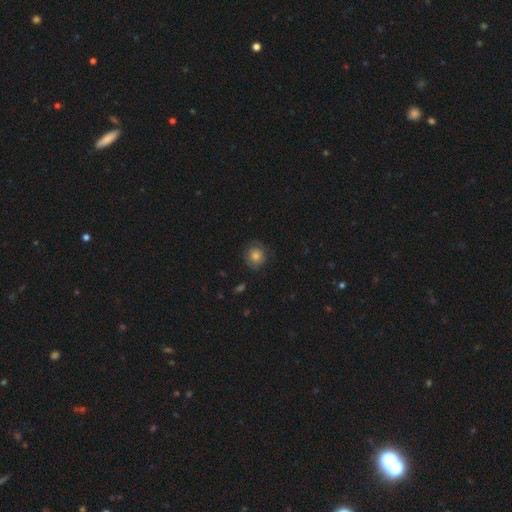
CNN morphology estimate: This appears to be a smooth galaxy with no disk features (75%) that is round (84%). Merging: none (77%).